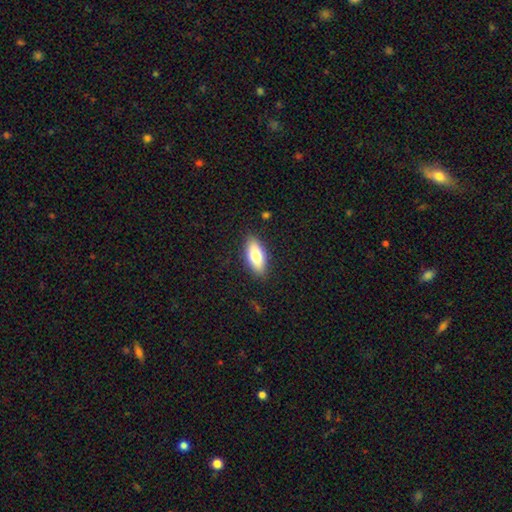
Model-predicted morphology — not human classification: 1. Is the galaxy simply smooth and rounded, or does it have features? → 74% smooth, 19% featured or disk, 7% star or artifact.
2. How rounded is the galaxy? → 83% in between, 14% cigar-shaped, 3% round.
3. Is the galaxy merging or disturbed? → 87% none, 10% minor disturbance, 2% major disturbance, 1% merger.